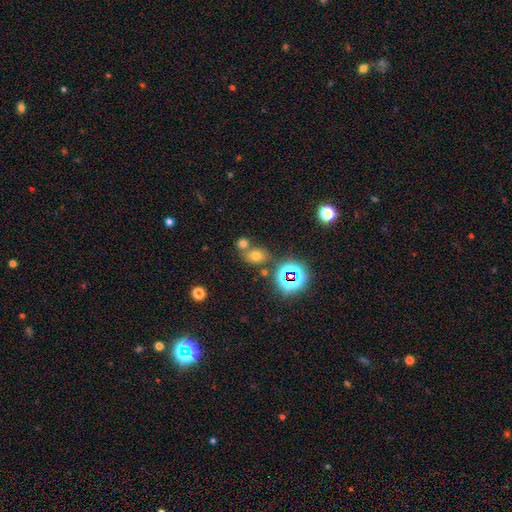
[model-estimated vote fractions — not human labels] Smooth or featured?
  - smooth: 62% *
  - star or artifact: 27%
  - featured or disk: 11%
How rounded?
  - in between: 59% *
  - round: 40%
  - cigar-shaped: 2%
Merging?
  - none: 60% *
  - merger: 26%
  - minor disturbance: 10%
  - major disturbance: 4%